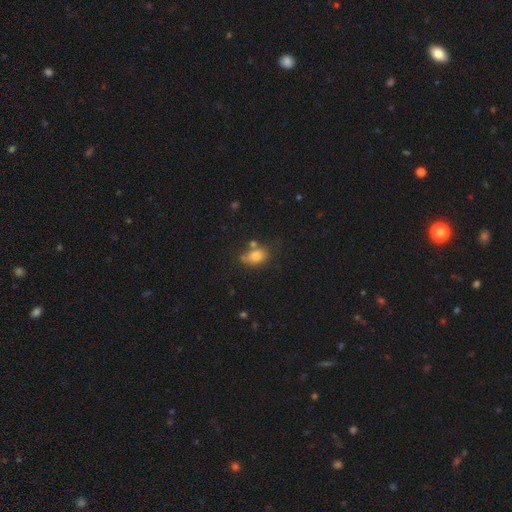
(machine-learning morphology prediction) smooth-or-featured: smooth: 79% | featured or disk: 11% | star or artifact: 10%
  how-rounded: in between: 70% | round: 28% | cigar-shaped: 1%
  merging: none: 56% | minor disturbance: 20% | merger: 18% | major disturbance: 6%